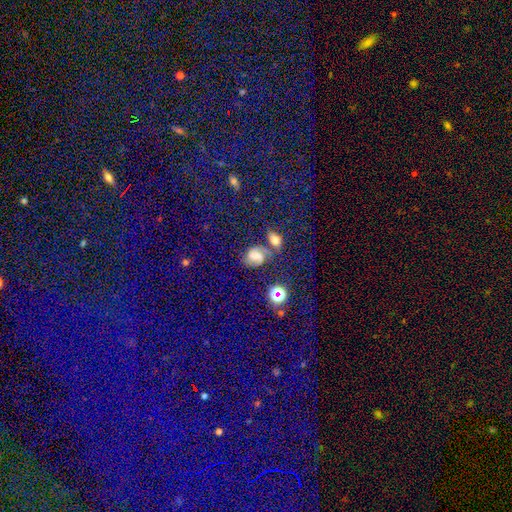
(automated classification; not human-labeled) The model was most divided on "smooth or featured": smooth: 40%, star or artifact: 35%, featured or disk: 25%. More confident: merging — none (56%).